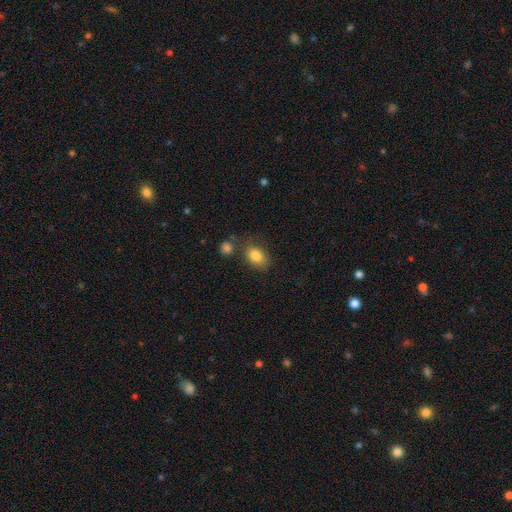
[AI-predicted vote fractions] A smooth galaxy with no disk features (83%) that is in between round and cigar-shaped (77%).

Vote fractions:
- Smooth or featured? smooth: 83% / star or artifact: 9% / featured or disk: 8%
- How rounded? in between: 77% / round: 22% / cigar-shaped: 1%
- Merging? none: 68% / minor disturbance: 17% / merger: 10% / major disturbance: 6%